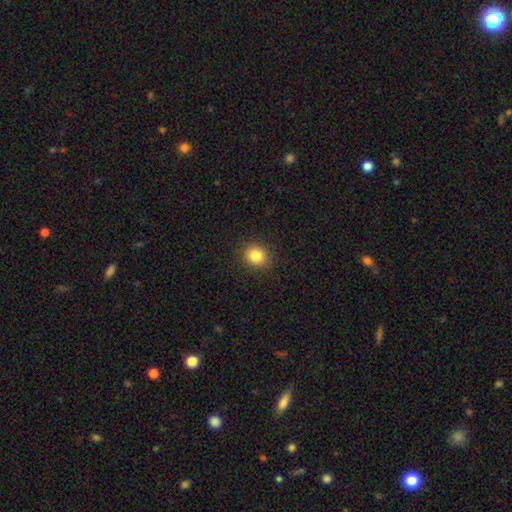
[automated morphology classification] smooth_or_featured: smooth (p=0.84) [alt: star or artifact p=0.11]
how_rounded: round (p=0.73) [alt: in between p=0.26]
merging: none (p=0.90) [alt: minor disturbance p=0.07]